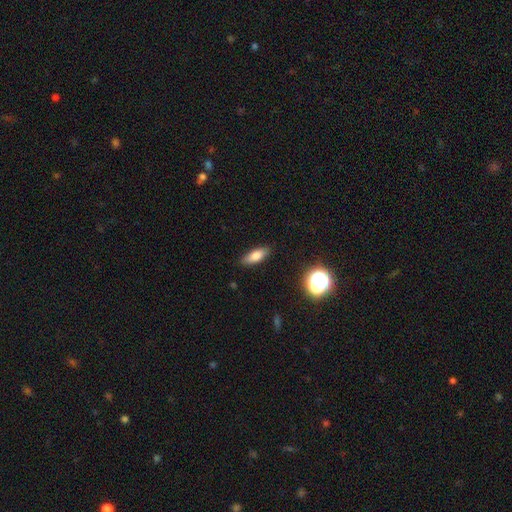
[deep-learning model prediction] Q: Smooth or featured?
A: smooth (77%); runner-up: featured or disk (14%)
Q: How rounded?
A: in between (65%); runner-up: cigar-shaped (31%)
Q: Merging?
A: none (86%); runner-up: minor disturbance (10%)